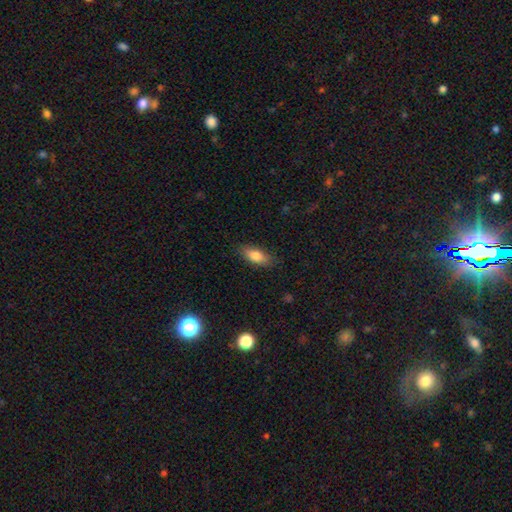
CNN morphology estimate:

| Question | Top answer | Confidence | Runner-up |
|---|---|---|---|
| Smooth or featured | smooth | 80% | featured or disk (13%) |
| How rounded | in between | 77% | cigar-shaped (20%) |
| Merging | none | 85% | minor disturbance (12%) |